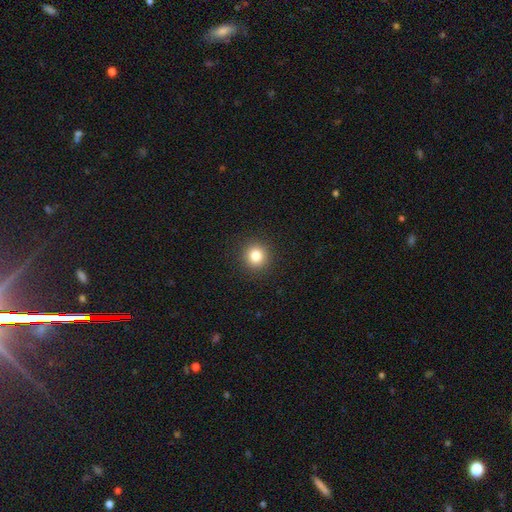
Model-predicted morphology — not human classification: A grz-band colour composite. It shows a smooth galaxy with no disk features (83%) that is round (92%). Merging: none (92%).